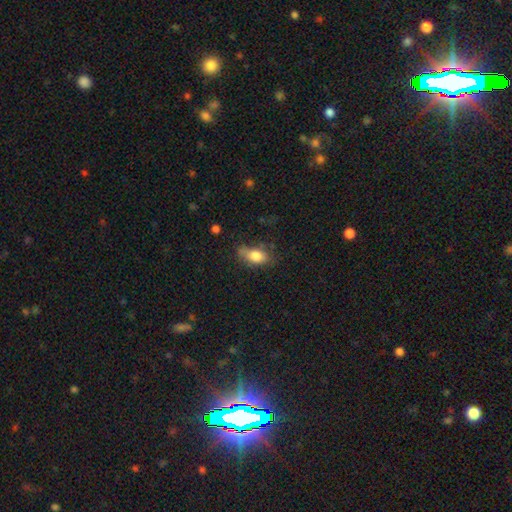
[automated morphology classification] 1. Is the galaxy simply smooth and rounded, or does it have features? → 78% smooth, 14% featured or disk, 8% star or artifact.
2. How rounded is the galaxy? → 85% in between, 9% round, 6% cigar-shaped.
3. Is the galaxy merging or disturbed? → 54% none, 31% minor disturbance, 11% major disturbance, 3% merger.